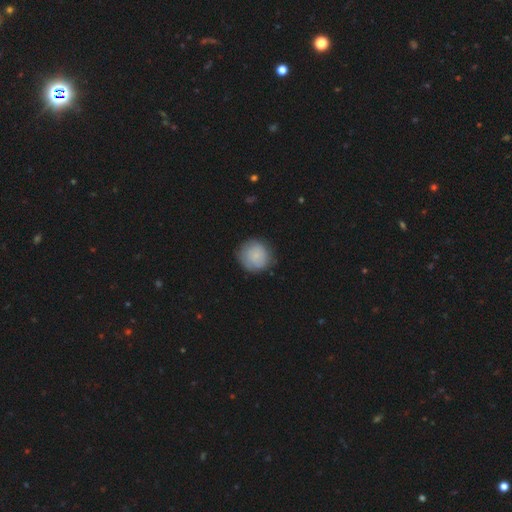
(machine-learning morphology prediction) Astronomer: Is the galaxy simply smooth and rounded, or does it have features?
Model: smooth — 77%.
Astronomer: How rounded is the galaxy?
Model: round — 91%.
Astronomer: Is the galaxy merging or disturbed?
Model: none — 77%.